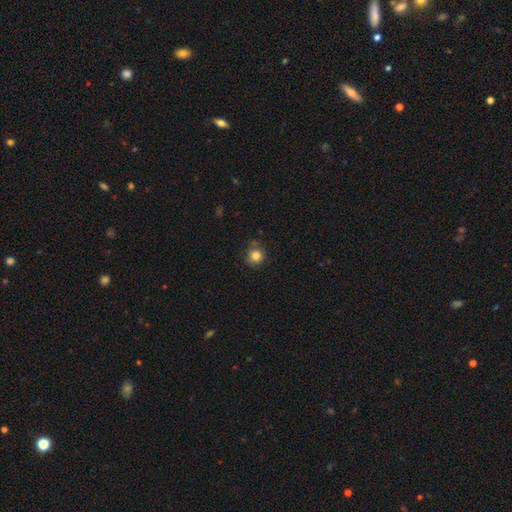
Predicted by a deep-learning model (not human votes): Overall: smooth (83%). How rounded: round (92%). Merging: none (81%).